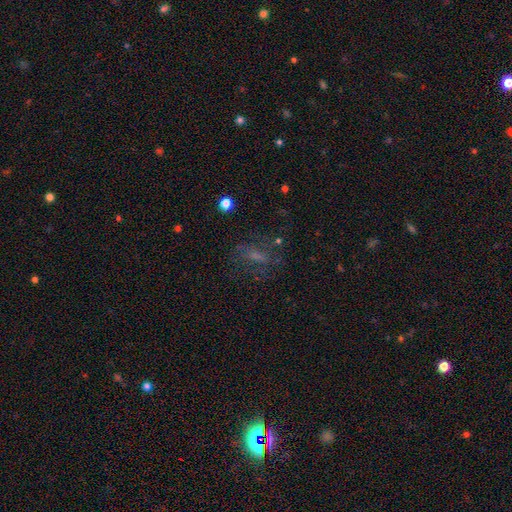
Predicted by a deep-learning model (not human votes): smooth-or-featured: smooth: 39% | featured or disk: 34% | star or artifact: 27%
  merging: none: 64% | minor disturbance: 17% | major disturbance: 16% | merger: 3%